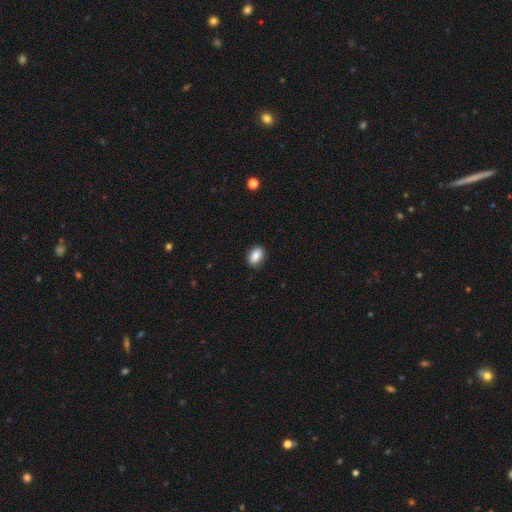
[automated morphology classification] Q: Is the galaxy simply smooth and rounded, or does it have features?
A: smooth — 88%.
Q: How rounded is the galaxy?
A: in between — 85%.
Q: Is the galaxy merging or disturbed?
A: none — 87%.